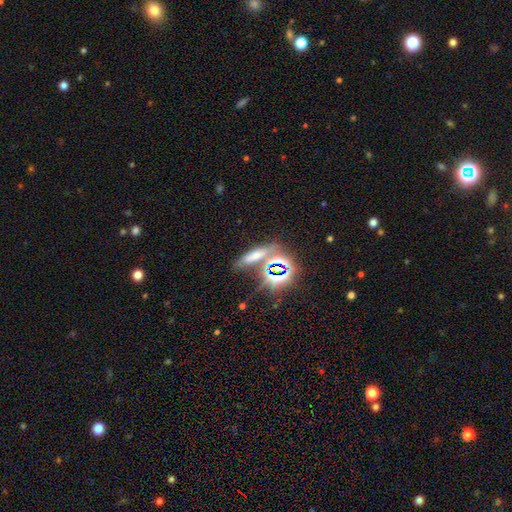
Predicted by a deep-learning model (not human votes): Morphology: type=smooth (45%); merging=none (60%).